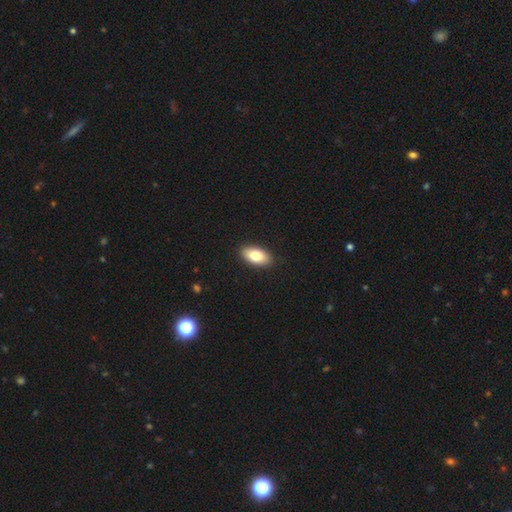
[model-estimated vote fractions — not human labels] This is clearly a smooth galaxy (81%). How rounded: clearly in between (92%). Merging: clearly none (90%).